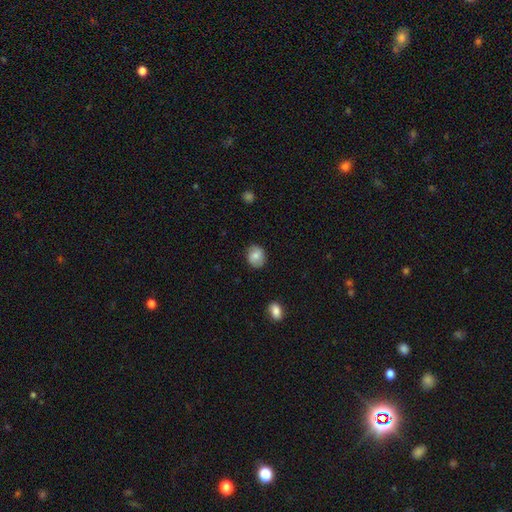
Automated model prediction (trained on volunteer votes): smooth-or-featured: smooth: 76% | featured or disk: 16% | star or artifact: 8%
  how-rounded: round: 67% | in between: 32% | cigar-shaped: 1%
  merging: none: 83% | minor disturbance: 13% | major disturbance: 3% | merger: 1%